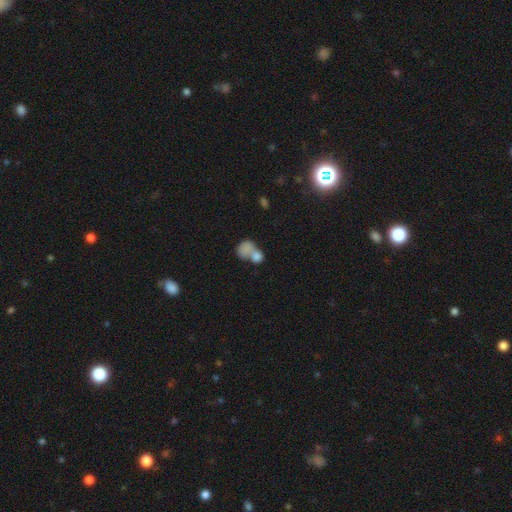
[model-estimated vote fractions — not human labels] This is likely a smooth galaxy (78%). How rounded: possibly round (50%). Merging: likely merger (66%).